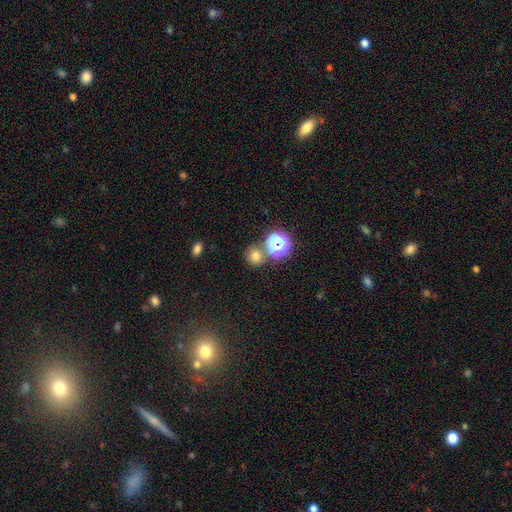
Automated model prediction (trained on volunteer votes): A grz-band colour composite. It shows a smooth galaxy with no disk features (71%) that is round (83%). Merging: none (72%).